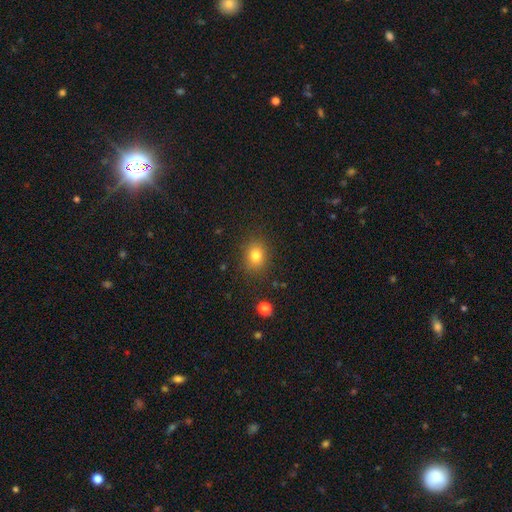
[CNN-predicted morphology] This appears to be a smooth galaxy with no disk features (81%) that is round (56%). Merging: none (85%).